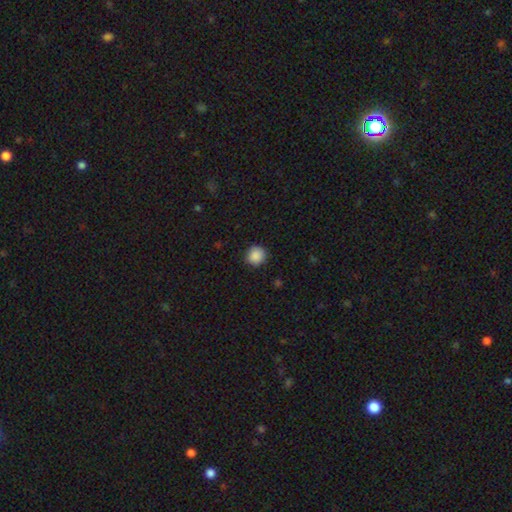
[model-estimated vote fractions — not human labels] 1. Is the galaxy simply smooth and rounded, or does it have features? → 88% smooth, 9% star or artifact, 3% featured or disk.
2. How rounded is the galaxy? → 92% round, 7% in between, 1% cigar-shaped.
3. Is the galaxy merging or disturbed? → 89% none, 8% minor disturbance, 2% major disturbance, 1% merger.